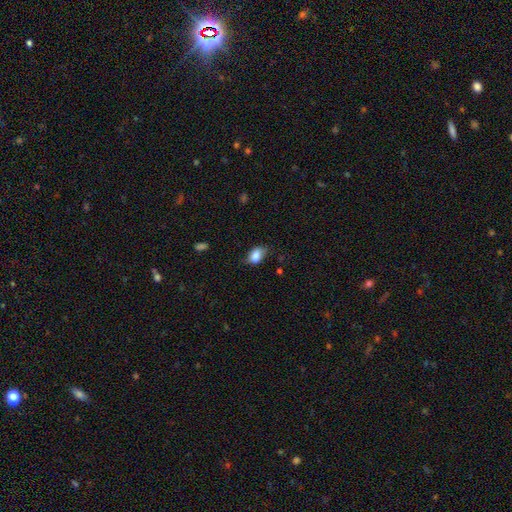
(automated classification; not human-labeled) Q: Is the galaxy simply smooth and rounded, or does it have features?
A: smooth — 83%.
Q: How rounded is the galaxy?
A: in between — 84%.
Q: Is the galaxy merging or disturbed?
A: none — 60%.